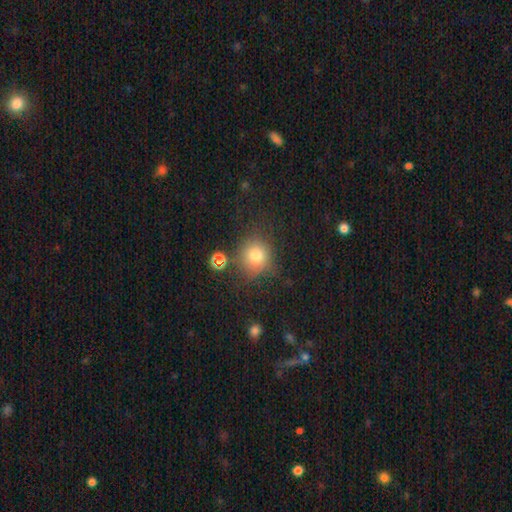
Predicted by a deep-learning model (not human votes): The model was most divided on "smooth or featured": smooth: 75%, star or artifact: 16%, featured or disk: 9%. More confident: how rounded — round (87%); merging — none (74%).